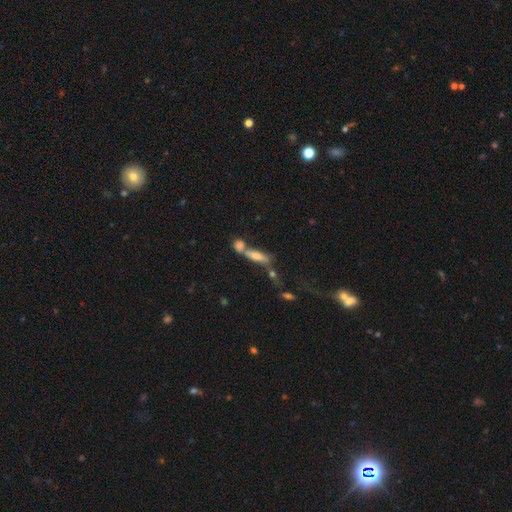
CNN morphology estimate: Smooth or featured? Predicted: smooth (p=0.56). How rounded? Predicted: cigar-shaped (p=0.57). Merging? Predicted: merger (p=0.51).